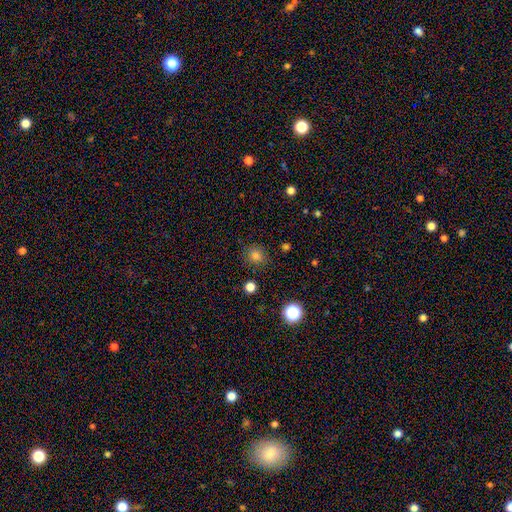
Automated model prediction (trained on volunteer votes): Overall: smooth (79%). How rounded: round (72%). Merging: none (86%).